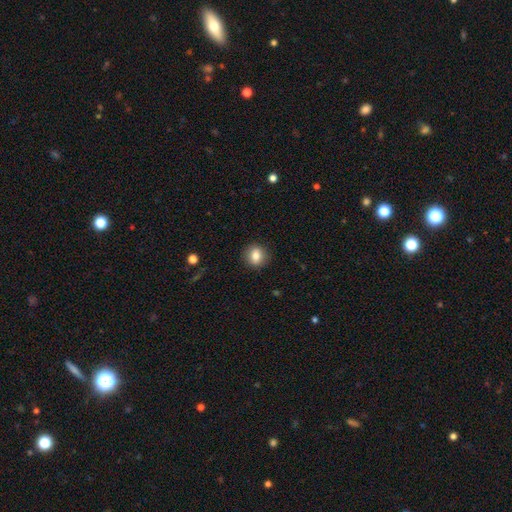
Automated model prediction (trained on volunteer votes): Smooth or featured?
  - smooth: 81% *
  - star or artifact: 9%
  - featured or disk: 9%
How rounded?
  - round: 74% *
  - in between: 25%
  - cigar-shaped: 1%
Merging?
  - none: 88% *
  - minor disturbance: 8%
  - major disturbance: 2%
  - merger: 1%